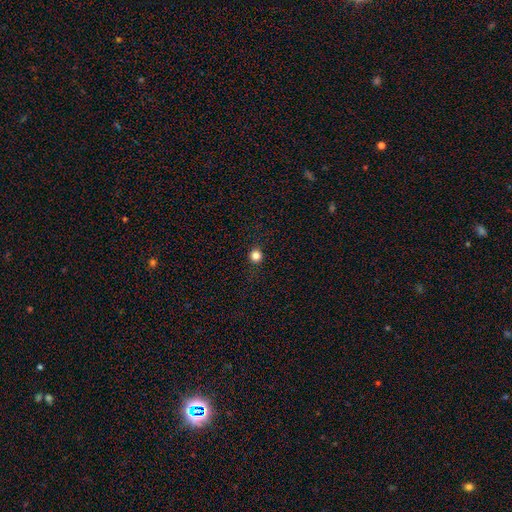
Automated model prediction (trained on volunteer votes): This appears to be a smooth galaxy with no disk features (83%) that is round (92%). Merging: none (91%).